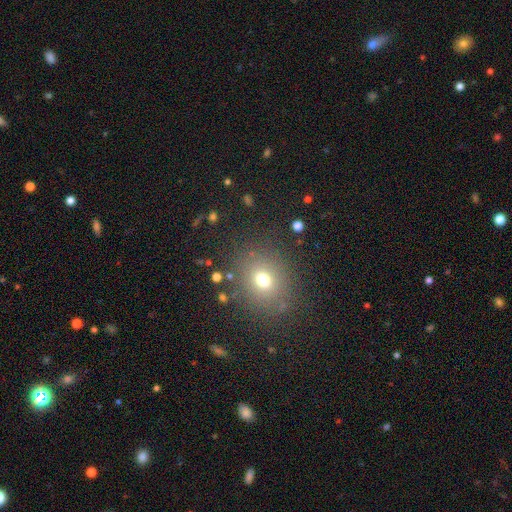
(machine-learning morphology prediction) Smooth or featured? Predicted: smooth (p=0.61). How rounded? Predicted: round (p=0.74). Merging? Predicted: none (p=0.87).